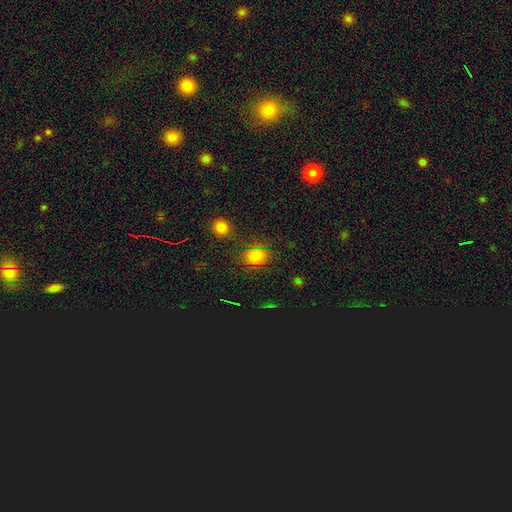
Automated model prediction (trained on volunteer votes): A smooth galaxy with no disk features (65%) that is round (69%).

Vote fractions:
- Smooth or featured? smooth: 65% / star or artifact: 26% / featured or disk: 9%
- How rounded? round: 69% / in between: 29% / cigar-shaped: 2%
- Merging? none: 80% / minor disturbance: 11% / merger: 5% / major disturbance: 4%